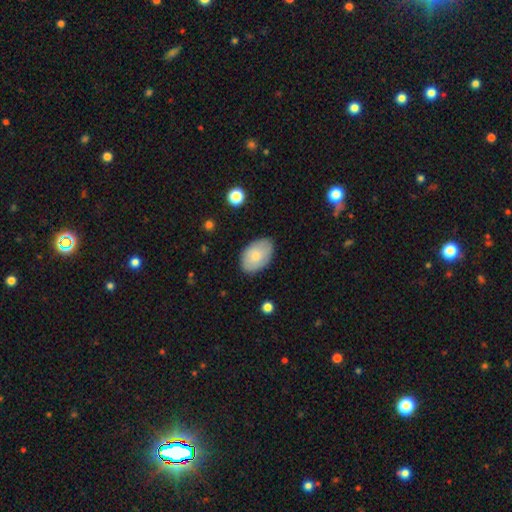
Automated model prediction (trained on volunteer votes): smooth-or-featured: smooth: 73% | featured or disk: 21% | star or artifact: 6%
  how-rounded: in between: 90% | round: 9% | cigar-shaped: 1%
  merging: none: 82% | minor disturbance: 14% | major disturbance: 3% | merger: 1%